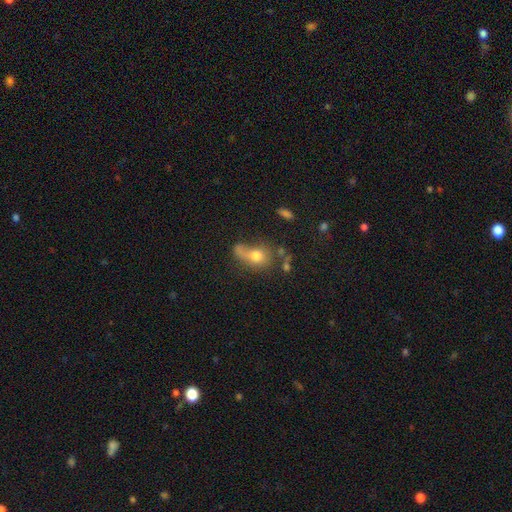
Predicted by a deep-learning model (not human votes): smooth_or_featured: smooth (p=0.64) [alt: featured or disk p=0.22]
how_rounded: in between (p=0.55) [alt: round p=0.41]
merging: none (p=0.35) [alt: major disturbance p=0.24]